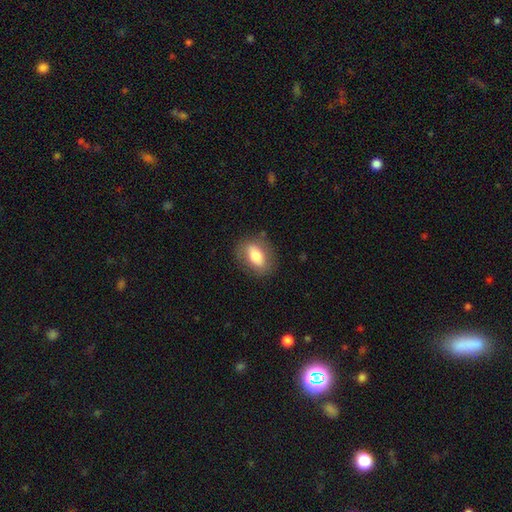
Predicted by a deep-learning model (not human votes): Smooth or featured? Predicted: smooth (p=0.71). How rounded? Predicted: in between (p=0.81). Merging? Predicted: none (p=0.80).